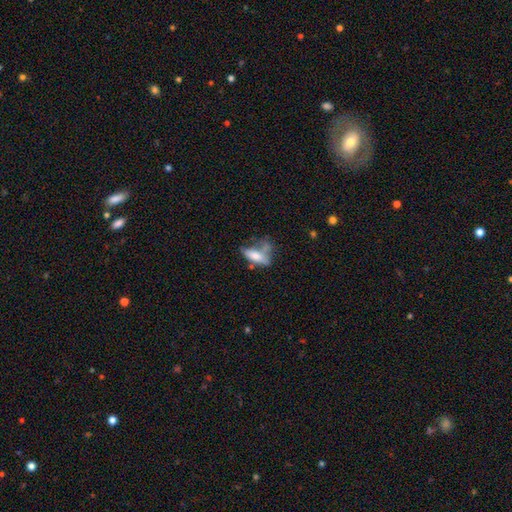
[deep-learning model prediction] Morphology: type=smooth (67%); roundness=in between (66%); merging=none (34%).